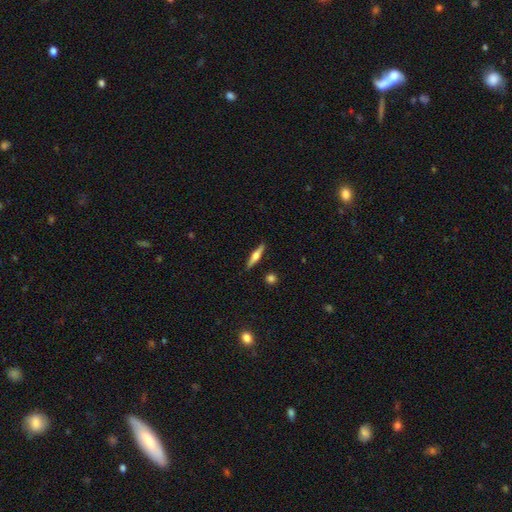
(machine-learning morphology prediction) The model was most divided on "smooth or featured": featured or disk: 55%, smooth: 39%, star or artifact: 6%. More confident: edge-on disk — yes (96%); merging — none (89%); edge-on bulge — rounded (88%).